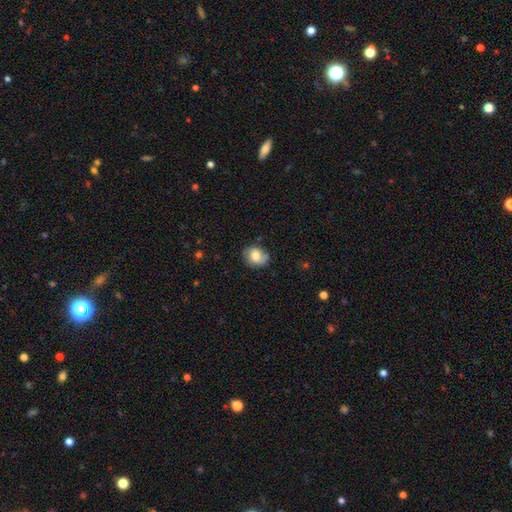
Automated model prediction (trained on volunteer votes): Q: Smooth or featured?
A: smooth (65%); runner-up: featured or disk (27%)
Q: How rounded?
A: round (56%); runner-up: in between (43%)
Q: Merging?
A: none (71%); runner-up: minor disturbance (22%)